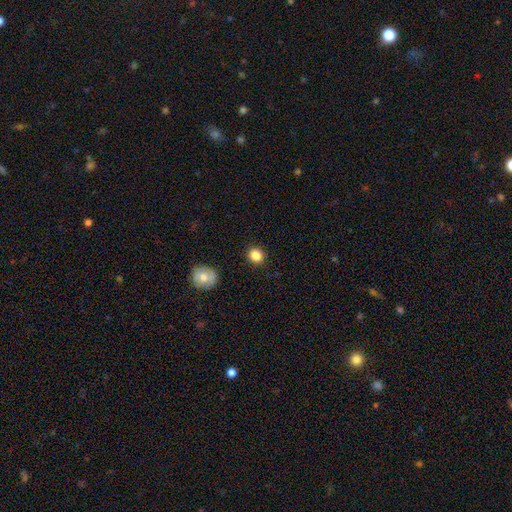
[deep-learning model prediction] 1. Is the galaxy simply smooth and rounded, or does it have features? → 85% smooth, 10% star or artifact, 5% featured or disk.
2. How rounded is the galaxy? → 77% round, 22% in between, 1% cigar-shaped.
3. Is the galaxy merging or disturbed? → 89% none, 7% minor disturbance, 2% major disturbance, 1% merger.